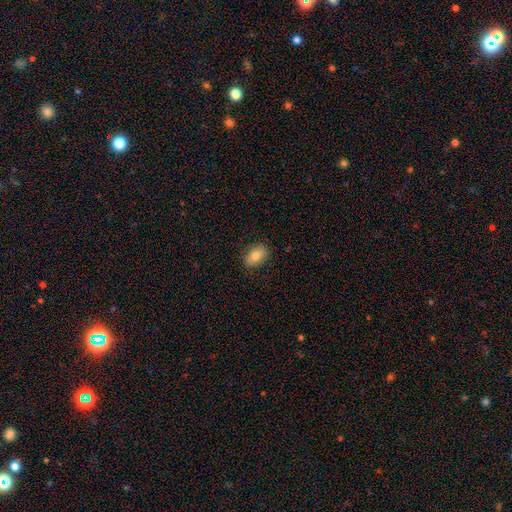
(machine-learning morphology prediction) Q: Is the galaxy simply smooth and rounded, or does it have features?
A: smooth — 80%.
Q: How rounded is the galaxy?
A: in between — 83%.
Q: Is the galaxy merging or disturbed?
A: none — 88%.